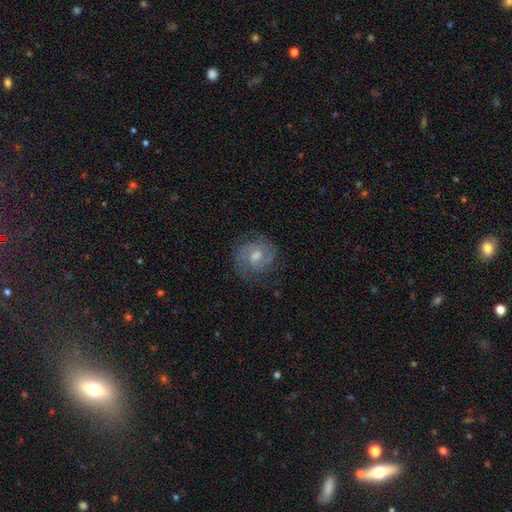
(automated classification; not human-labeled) A featured or disk galaxy (68%) with no bar (51%), 2 (61%) tight (50%) spiral arms (90%) and a moderate central bulge (64%).

Vote fractions:
- Smooth or featured? featured or disk: 68% / smooth: 22% / star or artifact: 10%
- Edge-on disk? no: 97% / yes: 3%
- Bar? no: 51% / weak: 41% / strong: 7%
- Spiral arms? yes: 90% / no: 10%
- Spiral winding? tight: 50% / medium: 39% / loose: 11%
- Spiral arm count? 2: 61% / can't tell: 21% / 3: 8% / 1: 5% / 4: 3% / more than 4: 2%
- Bulge size? moderate: 64% / small: 26% / large: 5% / none: 3% / dominant: 1%
- Merging? none: 77% / minor disturbance: 15% / major disturbance: 7% / merger: 1%